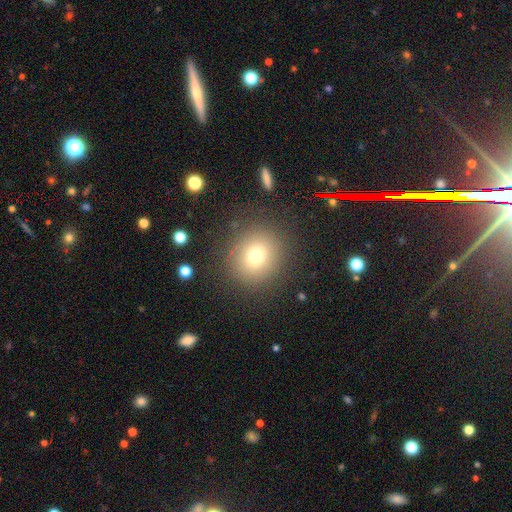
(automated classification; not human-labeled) The model was most divided on "smooth or featured": smooth: 74%, star or artifact: 15%, featured or disk: 11%. More confident: merging — none (86%); how rounded — round (86%).